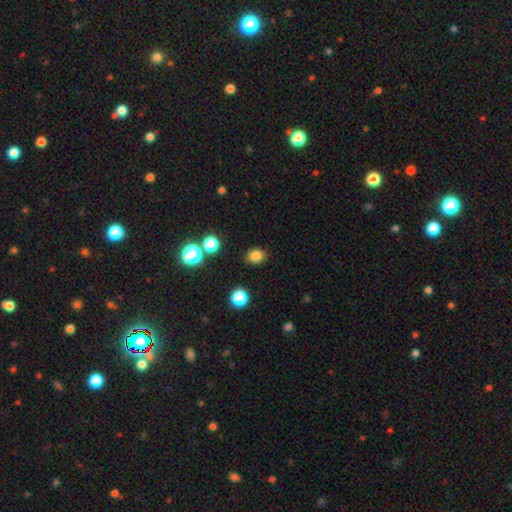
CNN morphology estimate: This appears to be a smooth galaxy with no disk features (82%) that is round (55%). Merging: none (86%).